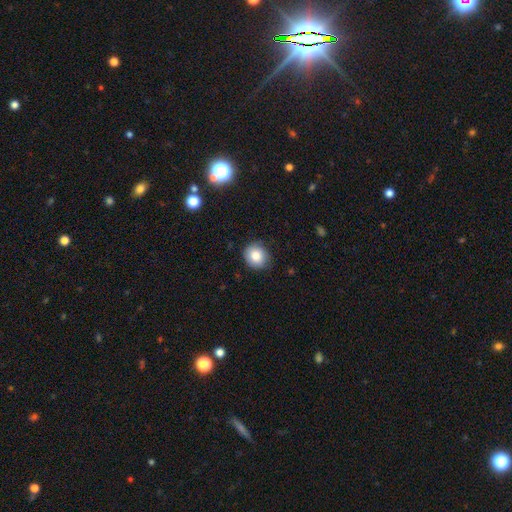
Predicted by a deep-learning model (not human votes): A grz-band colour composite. It shows a smooth galaxy with no disk features (83%) that is round (82%). Merging: none (81%).